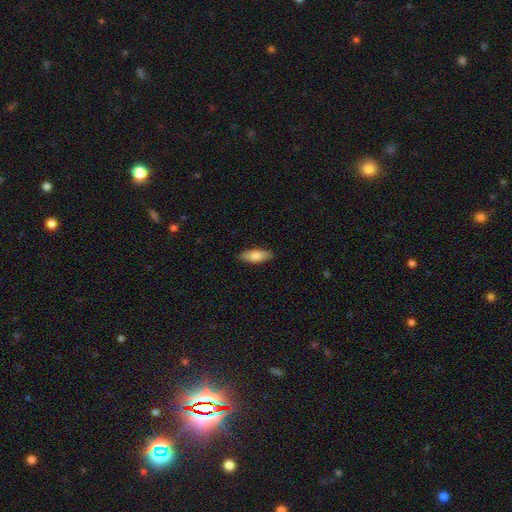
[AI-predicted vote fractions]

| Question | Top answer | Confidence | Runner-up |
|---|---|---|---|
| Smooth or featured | smooth | 80% | featured or disk (14%) |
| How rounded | in between | 72% | cigar-shaped (26%) |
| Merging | none | 87% | minor disturbance (10%) |